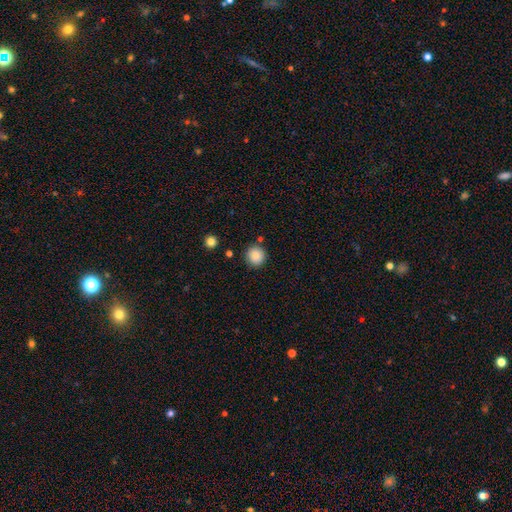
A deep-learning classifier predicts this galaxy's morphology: type=smooth (87%); roundness=round (94%); merging=none (88%).